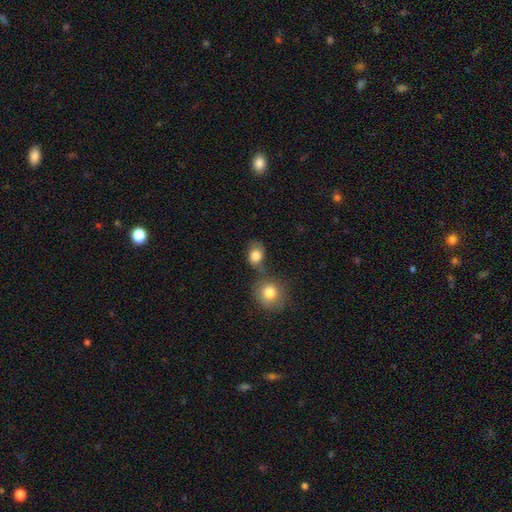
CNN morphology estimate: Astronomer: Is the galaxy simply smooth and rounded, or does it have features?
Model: smooth — 83%.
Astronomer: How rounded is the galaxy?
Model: round — 54% (runner-up: in between, 45%).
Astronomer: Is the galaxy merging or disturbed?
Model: none — 51%.